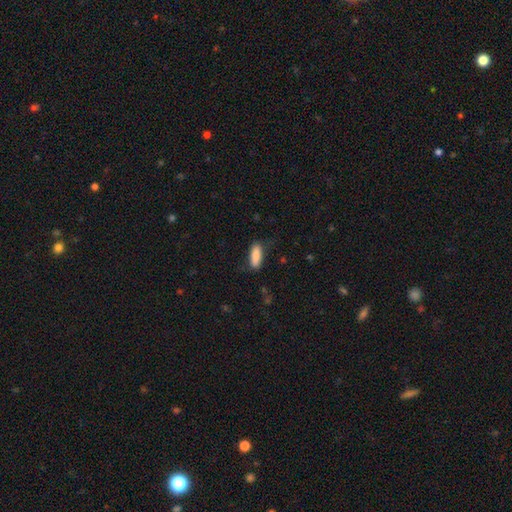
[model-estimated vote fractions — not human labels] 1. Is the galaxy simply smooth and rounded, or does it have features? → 87% smooth, 7% star or artifact, 7% featured or disk.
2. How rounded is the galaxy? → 61% in between, 37% cigar-shaped, 2% round.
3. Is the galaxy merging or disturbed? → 77% none, 17% minor disturbance, 5% major disturbance, 1% merger.